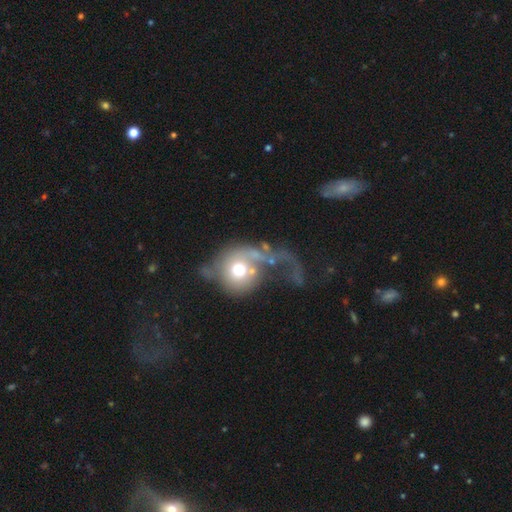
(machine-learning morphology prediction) A featured or disk galaxy (51%). Merging: major disturbance (57%).